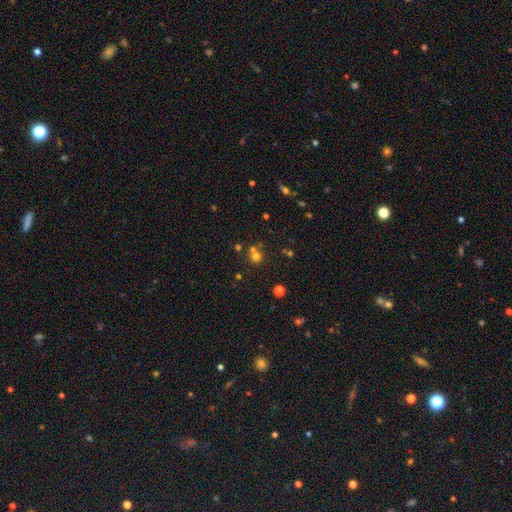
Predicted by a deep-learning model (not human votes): This appears to be a smooth galaxy with no disk features (65%) that is round (89%). Merging: none (59%).